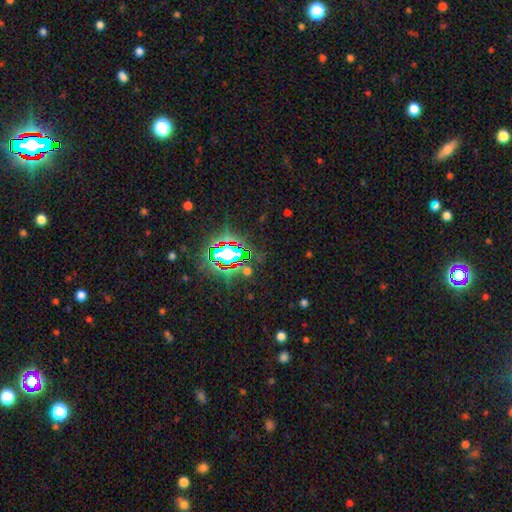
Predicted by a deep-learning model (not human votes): Q: Smooth or featured?
A: star or artifact (80%); runner-up: smooth (12%)